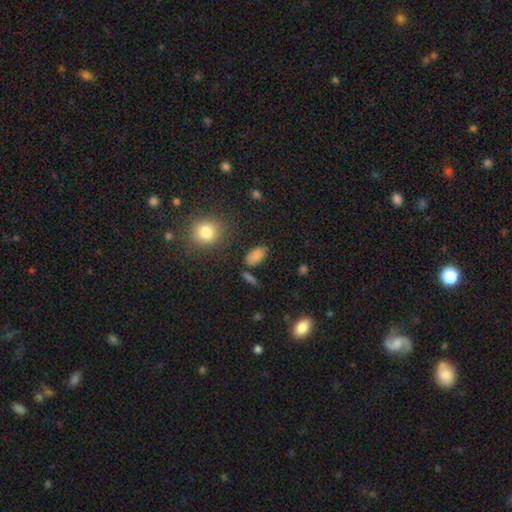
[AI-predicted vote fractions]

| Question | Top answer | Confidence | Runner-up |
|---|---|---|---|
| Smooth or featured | smooth | 83% | star or artifact (11%) |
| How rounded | in between | 90% | round (6%) |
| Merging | none | 79% | minor disturbance (13%) |